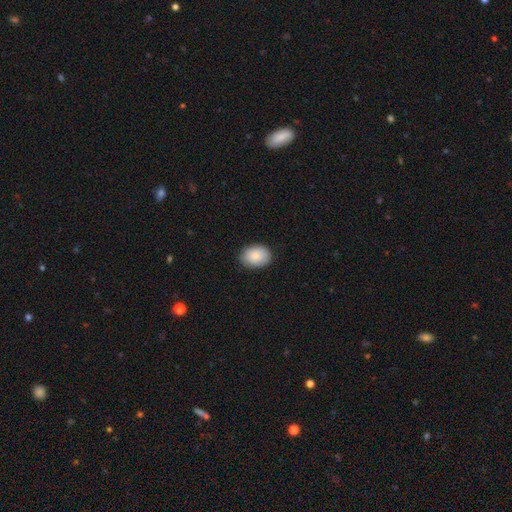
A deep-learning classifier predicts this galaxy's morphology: Smooth or featured? smooth (86%)
How rounded? in between (72%)
Merging? none (85%)